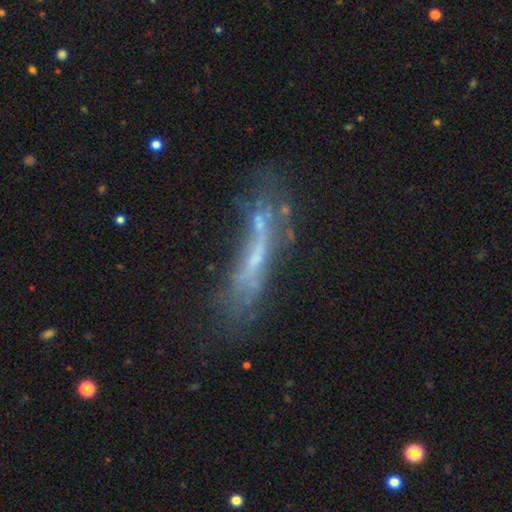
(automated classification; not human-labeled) Smooth or featured: featured or disk — 55% (smooth — 30%)
Edge-on disk: no — 55% (yes — 45%)
Merging: none — 42% (major disturbance — 23%)